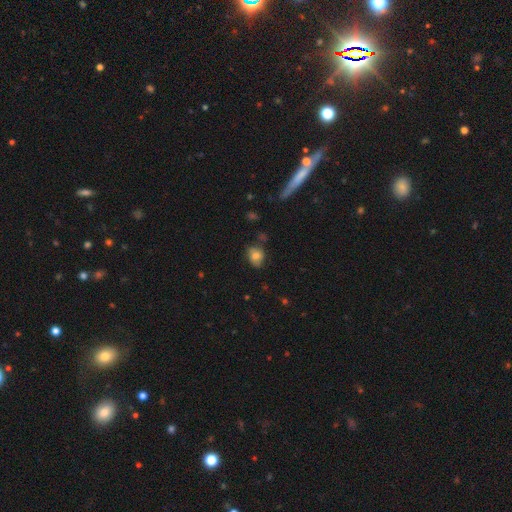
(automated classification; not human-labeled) Overall: smooth (67%). How rounded: in between (49%, tied with round). Merging: none (64%; minor disturbance 26%).